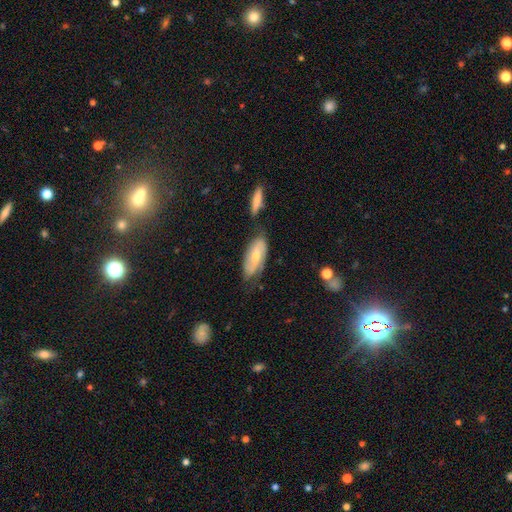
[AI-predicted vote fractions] Q: Smooth or featured?
A: featured or disk (61%); runner-up: smooth (33%)
Q: Edge-on disk?
A: no (89%); runner-up: yes (11%)
Q: Bar?
A: weak (43%); runner-up: no (42%)
Q: Spiral arms?
A: yes (88%); runner-up: no (12%)
Q: Bulge size?
A: moderate (48%); runner-up: small (45%)
Q: Merging?
A: none (60%); runner-up: minor disturbance (22%)